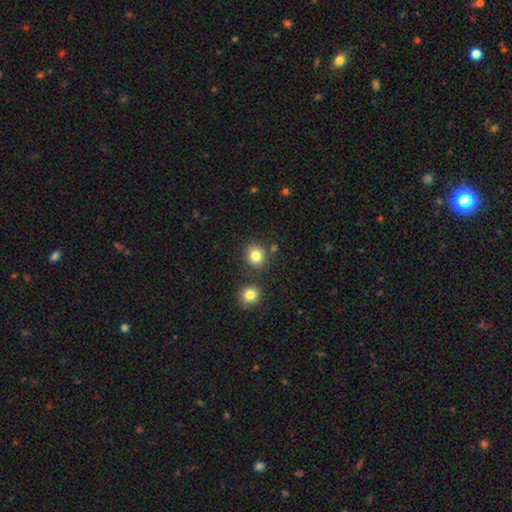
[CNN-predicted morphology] A smooth galaxy with no disk features (82%) that is round (86%). Merging: none (78%).